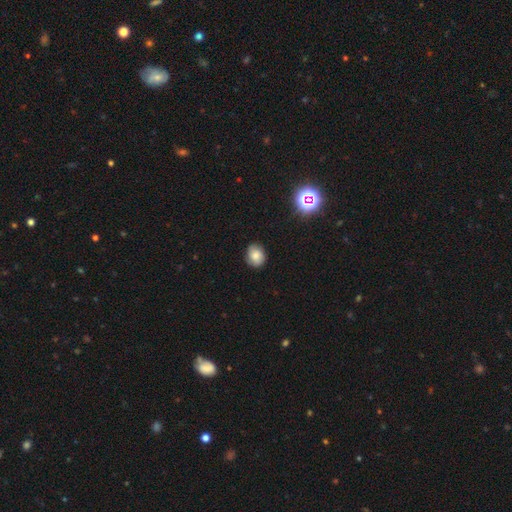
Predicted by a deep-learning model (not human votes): A smooth galaxy with no disk features (72%) that is round (59%).

Vote fractions:
- Smooth or featured? smooth: 72% / featured or disk: 16% / star or artifact: 12%
- How rounded? round: 59% / in between: 40% / cigar-shaped: 1%
- Merging? none: 81% / minor disturbance: 15% / major disturbance: 3% / merger: 1%